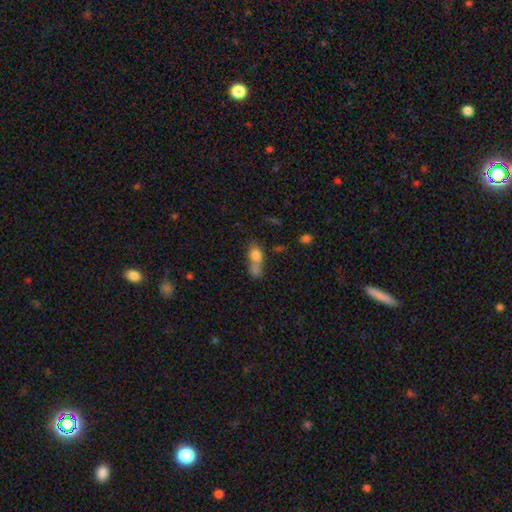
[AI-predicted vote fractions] Overall: smooth (74%). How rounded: in between (56%; round 36%). Merging: merger (57%; none 22%).